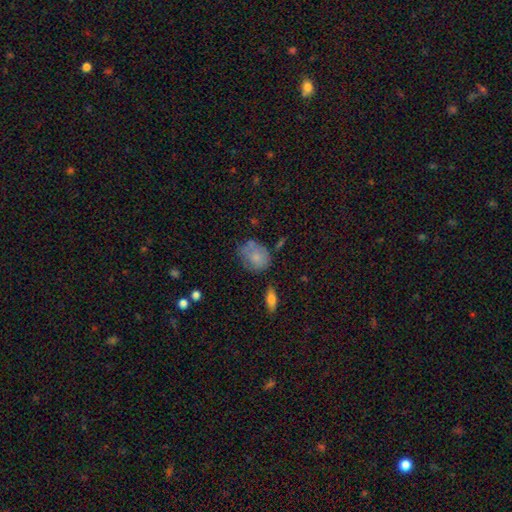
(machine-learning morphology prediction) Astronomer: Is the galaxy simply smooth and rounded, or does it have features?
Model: smooth — 71%.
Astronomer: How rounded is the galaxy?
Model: round — 52% (runner-up: in between, 46%).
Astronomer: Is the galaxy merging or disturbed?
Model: none — 51% (runner-up: minor disturbance, 30%).